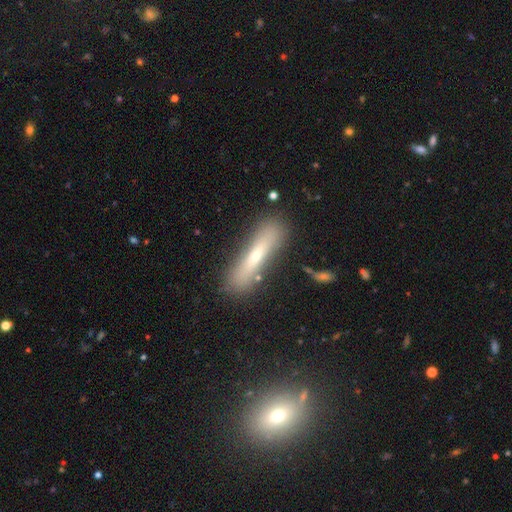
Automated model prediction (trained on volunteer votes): Smooth or featured? smooth (50%)
Merging? none (83%)